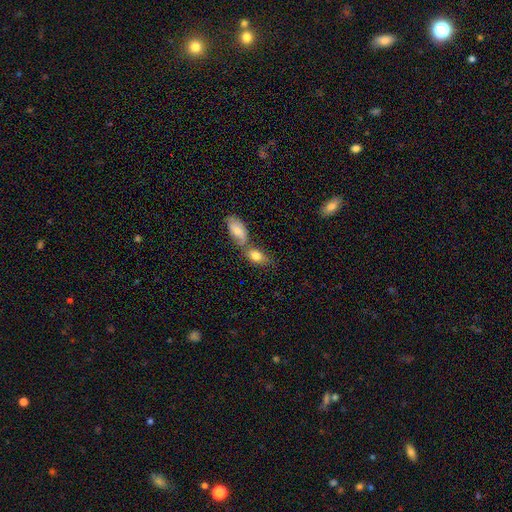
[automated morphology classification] Smooth or featured? Predicted: smooth (p=0.78). How rounded? Predicted: in between (p=0.83). Merging? Predicted: merger (p=0.42).